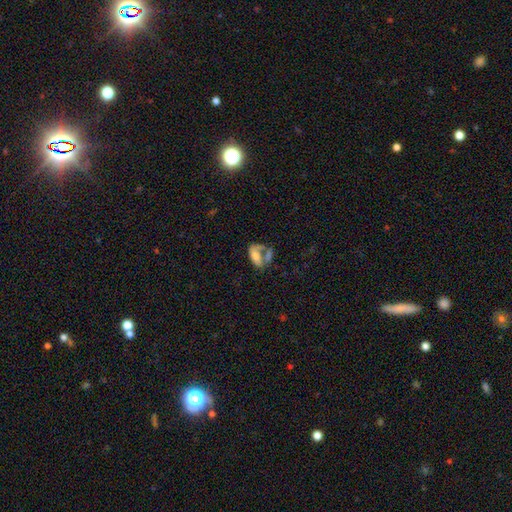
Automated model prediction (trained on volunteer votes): Q: Smooth or featured?
A: smooth (64%); runner-up: featured or disk (27%)
Q: How rounded?
A: in between (87%); runner-up: cigar-shaped (8%)
Q: Merging?
A: merger (46%); runner-up: none (24%)